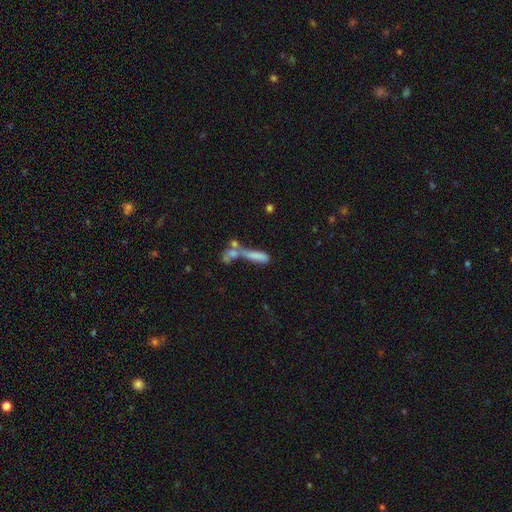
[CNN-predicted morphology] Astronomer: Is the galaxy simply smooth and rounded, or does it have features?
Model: smooth — 67%.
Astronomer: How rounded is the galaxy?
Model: cigar-shaped — 68%.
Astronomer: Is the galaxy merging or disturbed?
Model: merger — 55%.